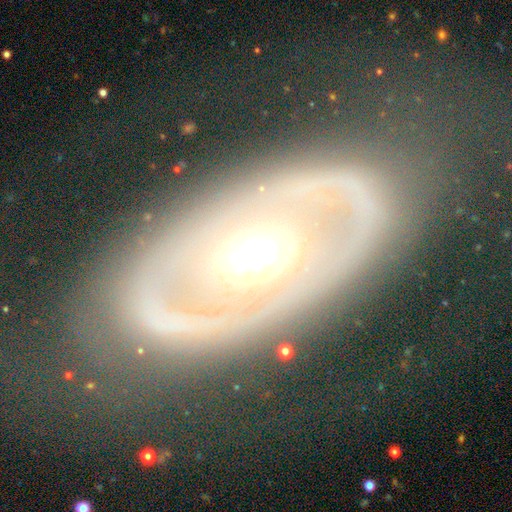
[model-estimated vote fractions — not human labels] Smooth or featured: featured or disk — 79% (smooth — 15%)
Edge-on disk: no — 87% (yes — 13%)
Bar: no — 62% (weak — 24%)
Spiral arms: no — 63% (yes — 37%)
Bulge size: moderate — 65% (large — 22%)
Merging: none — 75% (minor disturbance — 13%)